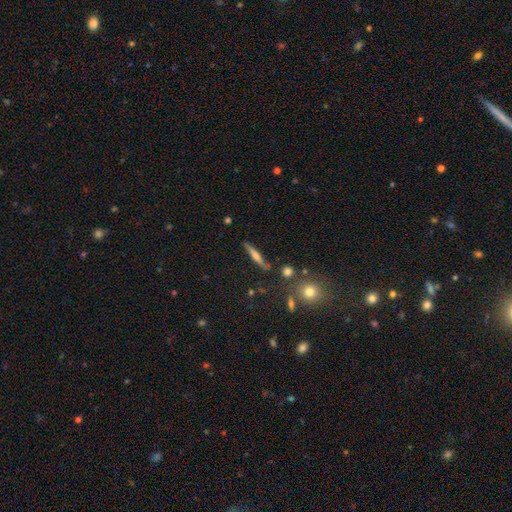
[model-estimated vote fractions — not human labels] Morphology: type=featured or disk (51%); edge-on=yes (93%); merging=none (82%).